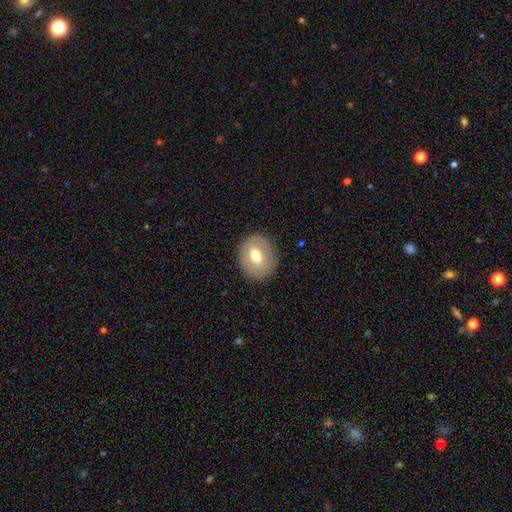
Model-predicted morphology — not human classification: smooth-or-featured: smooth: 59% | featured or disk: 33% | star or artifact: 8%
  how-rounded: round: 62% | in between: 37% | cigar-shaped: 1%
  merging: none: 86% | minor disturbance: 10% | major disturbance: 4% | merger: 1%